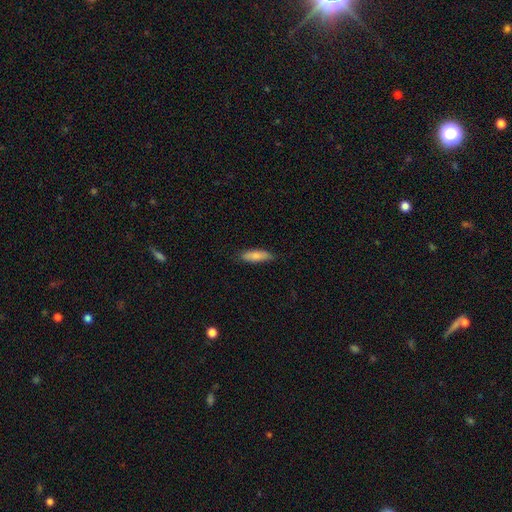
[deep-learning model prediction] Smooth or featured? Predicted: smooth (p=0.80). How rounded? Predicted: cigar-shaped (p=0.53). Merging? Predicted: none (p=0.82).